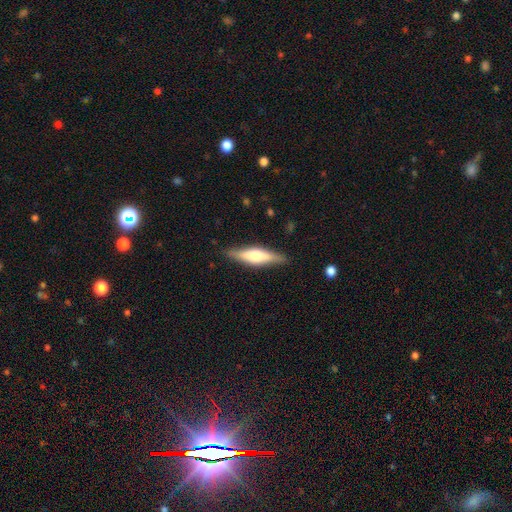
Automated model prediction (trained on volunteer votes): A featured or disk galaxy (48%). Merging: none (86%).